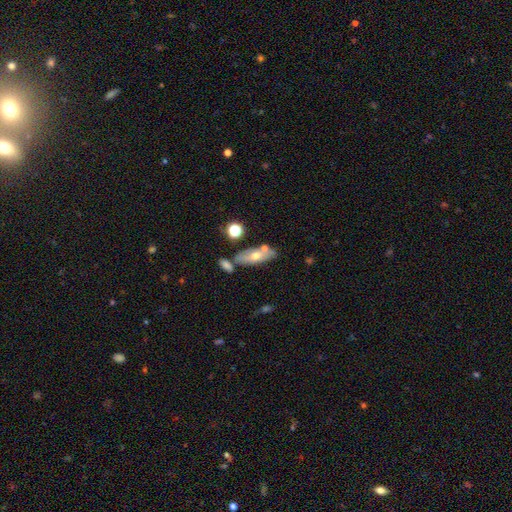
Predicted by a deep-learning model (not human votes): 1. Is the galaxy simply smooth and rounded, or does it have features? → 57% smooth, 35% featured or disk, 8% star or artifact.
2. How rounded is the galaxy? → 64% in between, 32% cigar-shaped, 4% round.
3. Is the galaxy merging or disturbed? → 68% none, 15% merger, 13% minor disturbance, 4% major disturbance.